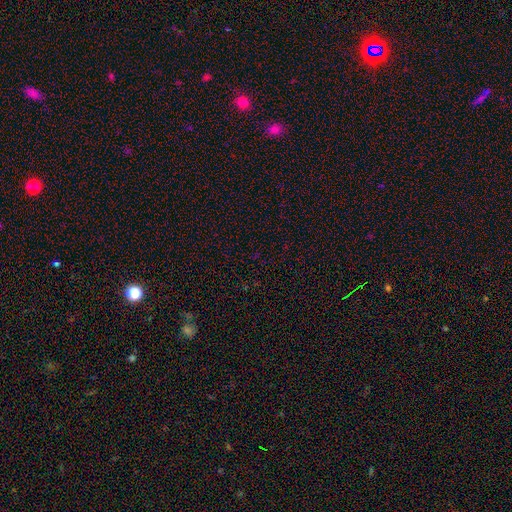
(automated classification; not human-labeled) star or artifact 69%, smooth 23%, featured or disk 8%.